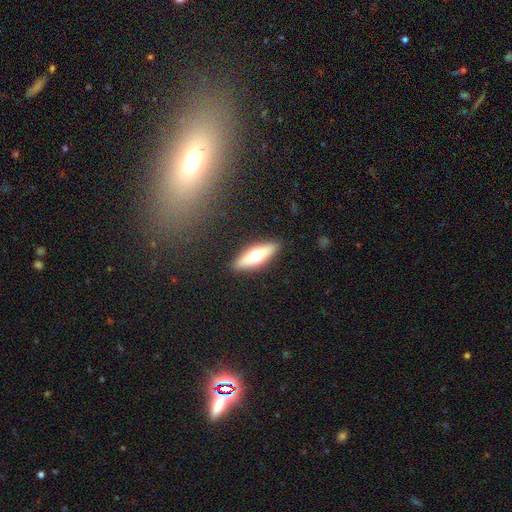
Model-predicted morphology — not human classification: A smooth galaxy with no disk features (55%) that is cigar-shaped (51%). Merging: none (89%).